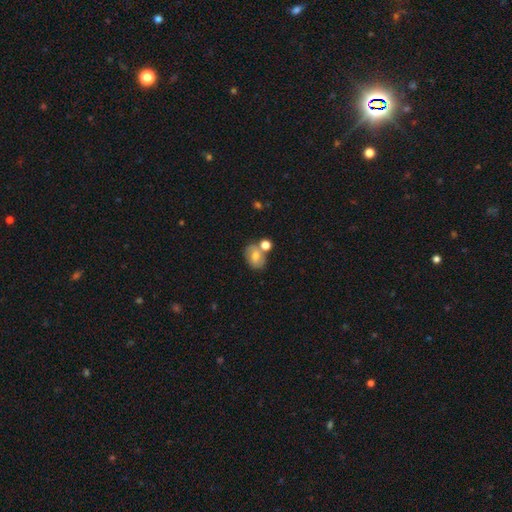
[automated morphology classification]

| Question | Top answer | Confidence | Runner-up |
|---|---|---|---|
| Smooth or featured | smooth | 65% | featured or disk (25%) |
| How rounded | in between | 61% | round (37%) |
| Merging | none | 50% | merger (29%) |